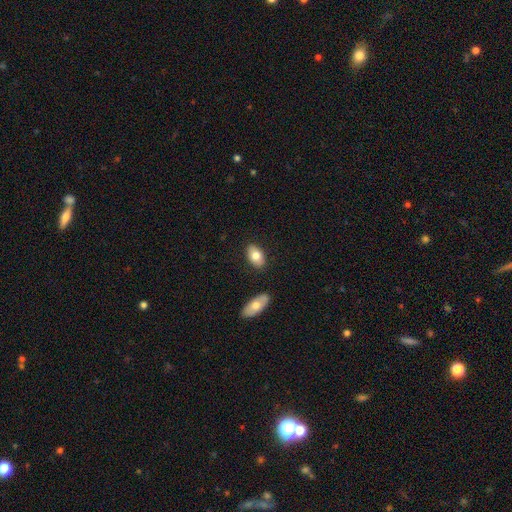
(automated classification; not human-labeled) Smooth or featured: smooth — 77% (featured or disk — 16%)
How rounded: in between — 92% (round — 6%)
Merging: none — 84% (minor disturbance — 10%)